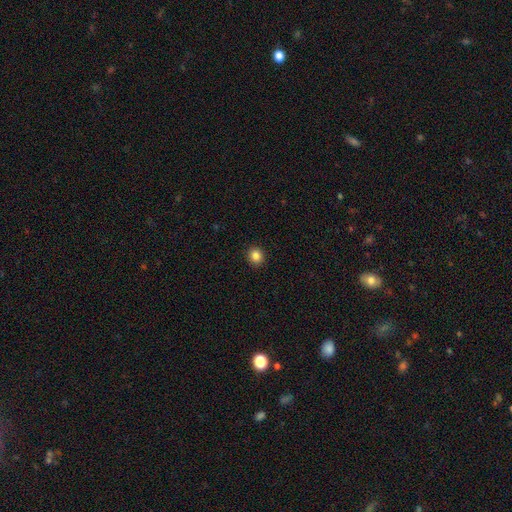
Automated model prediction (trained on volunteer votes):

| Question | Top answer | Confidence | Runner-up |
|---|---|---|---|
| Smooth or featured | smooth | 85% | star or artifact (11%) |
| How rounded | round | 85% | in between (14%) |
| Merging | none | 93% | minor disturbance (5%) |